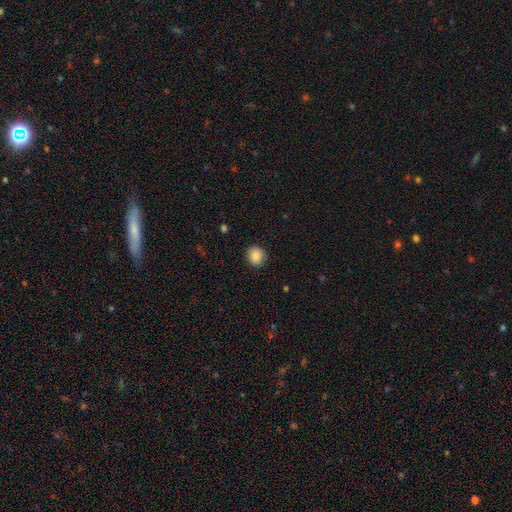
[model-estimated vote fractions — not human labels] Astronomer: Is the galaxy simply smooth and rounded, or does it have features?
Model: smooth — 87%.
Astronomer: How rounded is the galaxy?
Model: round — 82%.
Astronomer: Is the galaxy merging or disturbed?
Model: none — 90%.